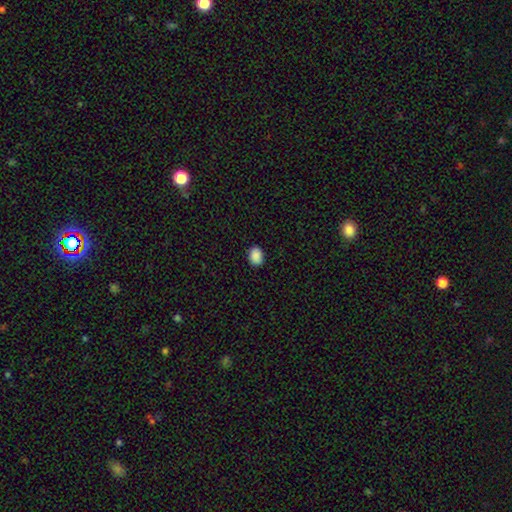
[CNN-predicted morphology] This is clearly a smooth galaxy (89%). How rounded: likely in between (69%). Merging: clearly none (87%).